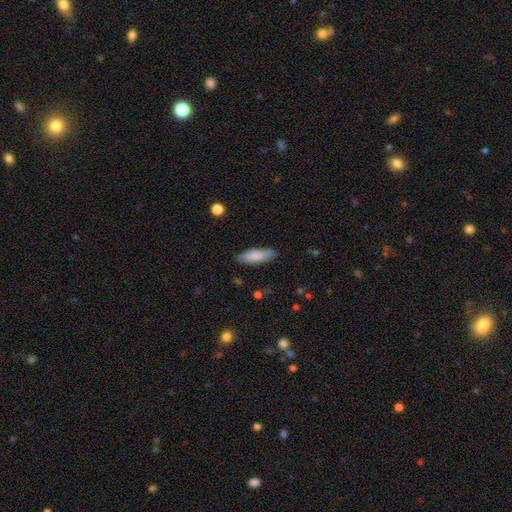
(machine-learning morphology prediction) smooth-or-featured: smooth: 83% | featured or disk: 11% | star or artifact: 6%
  how-rounded: in between: 57% | cigar-shaped: 41% | round: 2%
  merging: none: 83% | minor disturbance: 13% | major disturbance: 2% | merger: 1%